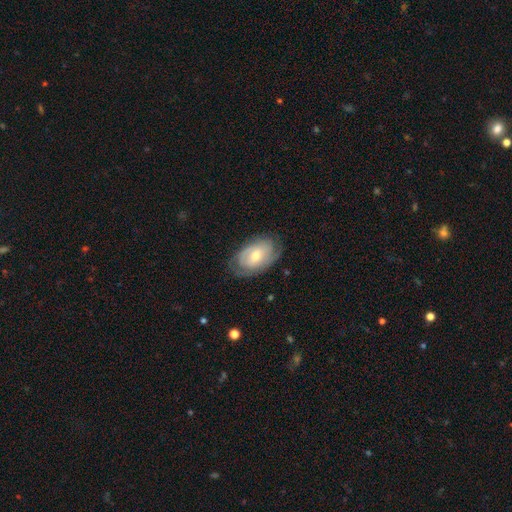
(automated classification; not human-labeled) A featured or disk galaxy (60%) with no bar (56%), spiral arms (74%) and a moderate central bulge (58%). Merging: none (71%).